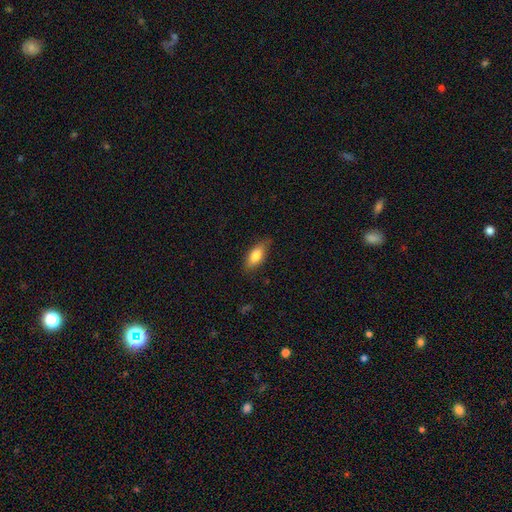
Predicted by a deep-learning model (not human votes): A smooth galaxy with no disk features (81%) that is in between round and cigar-shaped (81%). Merging: none (75%).